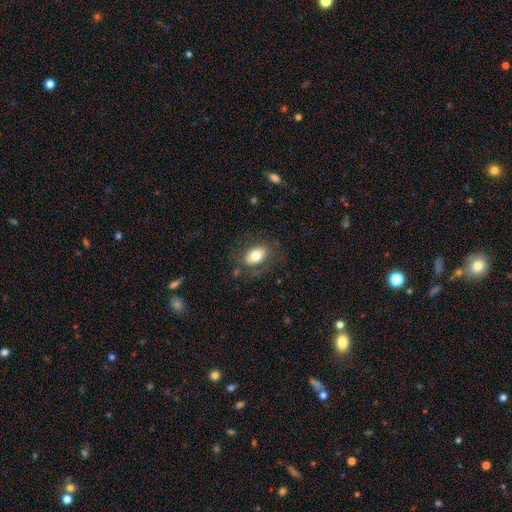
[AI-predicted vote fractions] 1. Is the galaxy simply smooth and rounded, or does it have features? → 72% smooth, 21% featured or disk, 8% star or artifact.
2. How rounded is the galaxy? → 86% in between, 12% round, 2% cigar-shaped.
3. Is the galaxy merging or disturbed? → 74% none, 16% minor disturbance, 9% major disturbance, 2% merger.